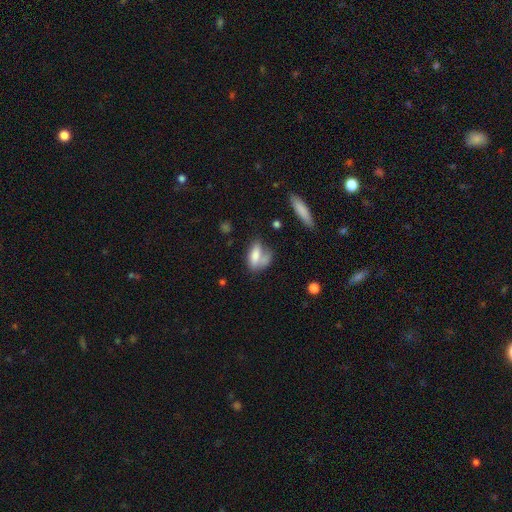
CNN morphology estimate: type=smooth (73%); roundness=in between (80%); merging=none (36%).